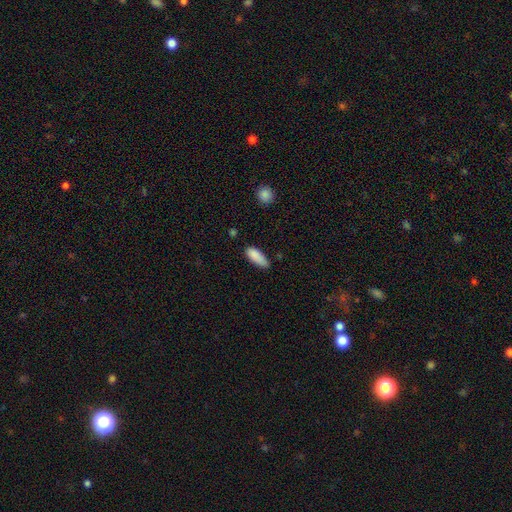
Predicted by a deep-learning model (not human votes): A smooth galaxy with no disk features (87%) that is in between round and cigar-shaped (70%). Merging: none (63%).